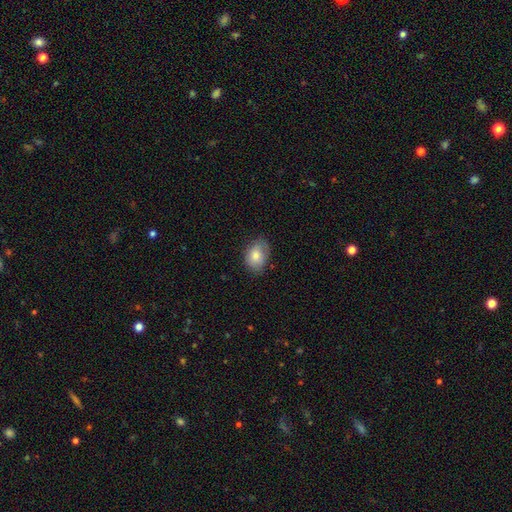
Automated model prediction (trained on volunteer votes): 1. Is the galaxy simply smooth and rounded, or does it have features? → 78% smooth, 15% featured or disk, 8% star or artifact.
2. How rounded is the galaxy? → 77% in between, 22% round, 1% cigar-shaped.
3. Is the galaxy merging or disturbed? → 72% none, 22% minor disturbance, 5% major disturbance, 1% merger.